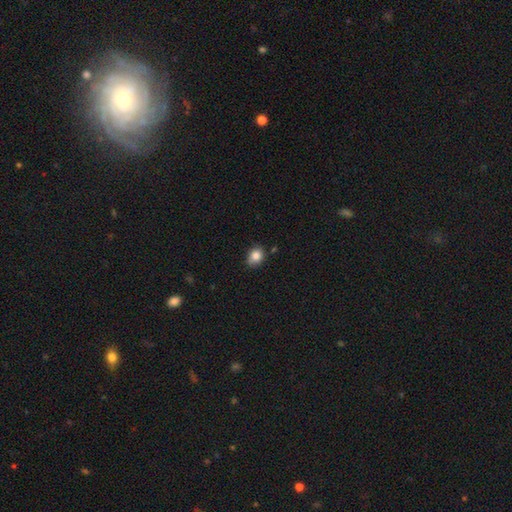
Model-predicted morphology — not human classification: smooth_or_featured: smooth (p=0.84) [alt: star or artifact p=0.10]
how_rounded: round (p=0.56) [alt: in between p=0.43]
merging: none (p=0.69) [alt: minor disturbance p=0.24]